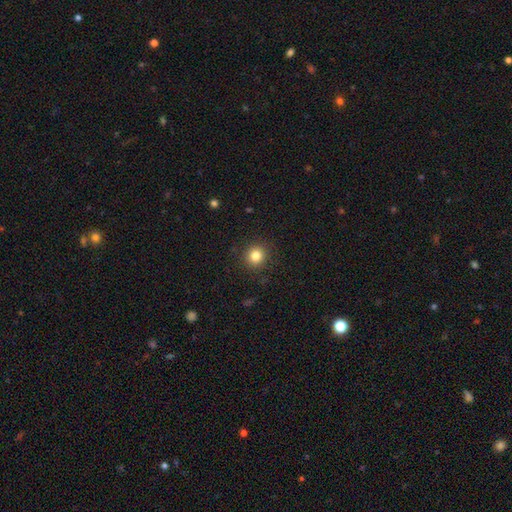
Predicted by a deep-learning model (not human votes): Smooth or featured? Predicted: smooth (p=0.82). How rounded? Predicted: round (p=0.91). Merging? Predicted: none (p=0.90).